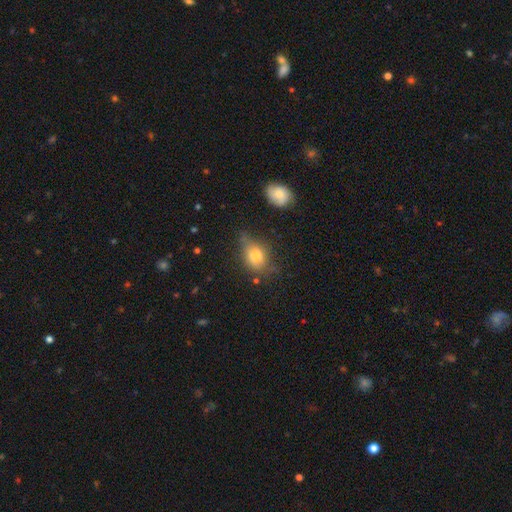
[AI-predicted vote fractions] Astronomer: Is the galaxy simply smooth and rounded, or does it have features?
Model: smooth — 72%.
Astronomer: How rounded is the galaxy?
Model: in between — 65%.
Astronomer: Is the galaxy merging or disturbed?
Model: none — 57%.